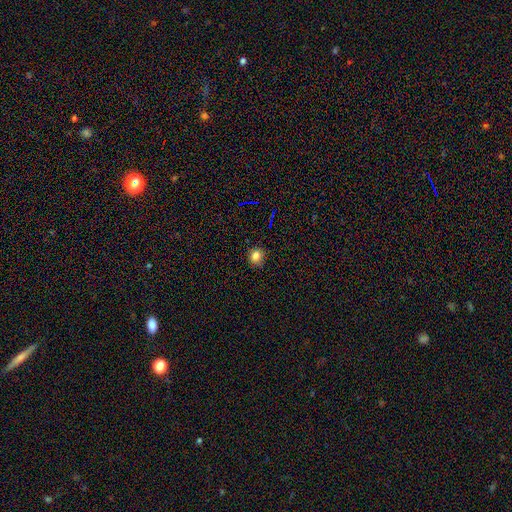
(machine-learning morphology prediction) This appears to be a smooth galaxy with no disk features (79%) that is round (79%). Merging: none (82%).